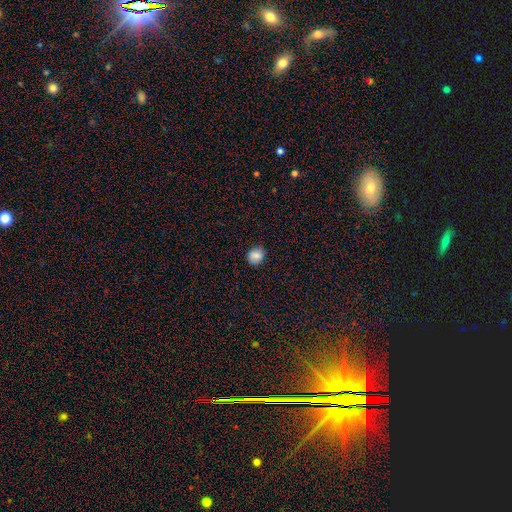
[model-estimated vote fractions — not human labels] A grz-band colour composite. It shows a smooth galaxy with no disk features (82%) that is round (73%). Merging: none (83%).